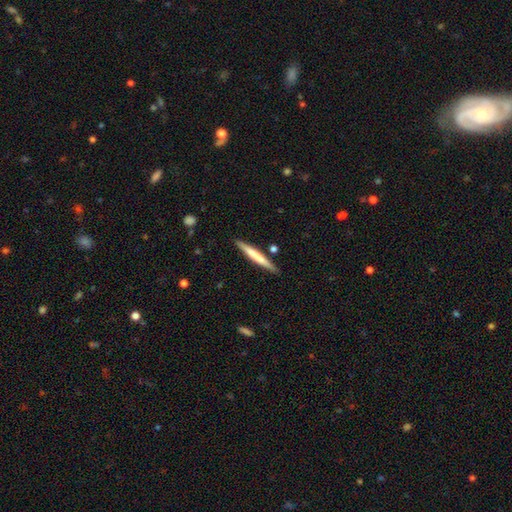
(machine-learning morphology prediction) A smooth galaxy with no disk features (61%) that is cigar-shaped (96%).

Vote fractions:
- Smooth or featured? smooth: 61% / featured or disk: 34% / star or artifact: 5%
- How rounded? cigar-shaped: 96% / in between: 3% / round: 1%
- Merging? none: 88% / minor disturbance: 8% / merger: 3% / major disturbance: 2%